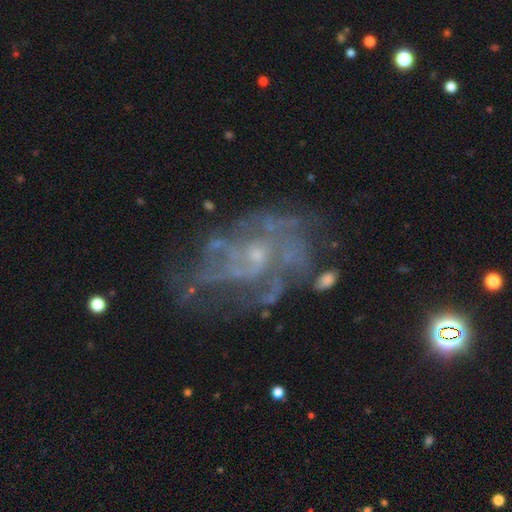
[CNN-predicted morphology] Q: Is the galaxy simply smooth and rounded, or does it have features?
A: featured or disk — 82%.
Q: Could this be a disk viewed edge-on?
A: no — 97%.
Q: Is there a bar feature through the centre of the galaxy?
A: no — 75%.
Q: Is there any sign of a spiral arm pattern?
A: yes — 80%.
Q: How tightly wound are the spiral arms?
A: medium — 41%.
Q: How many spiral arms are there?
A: can't tell — 37%.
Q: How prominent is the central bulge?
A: small — 69%.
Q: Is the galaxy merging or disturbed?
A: none — 47%.